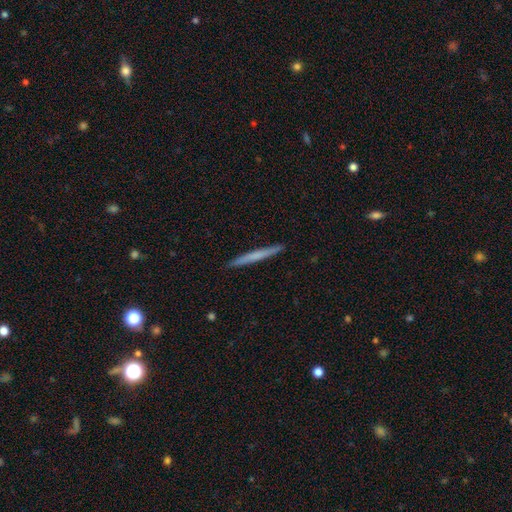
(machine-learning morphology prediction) type=smooth (59%); roundness=cigar-shaped (97%); merging=none (92%).